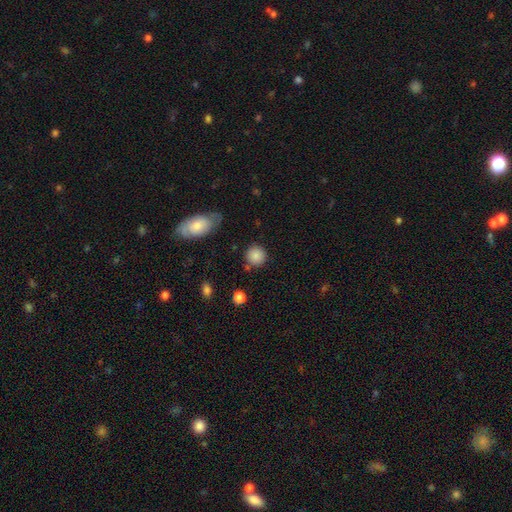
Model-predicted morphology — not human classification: A smooth galaxy with no disk features (86%) that is round (91%). Merging: none (83%).